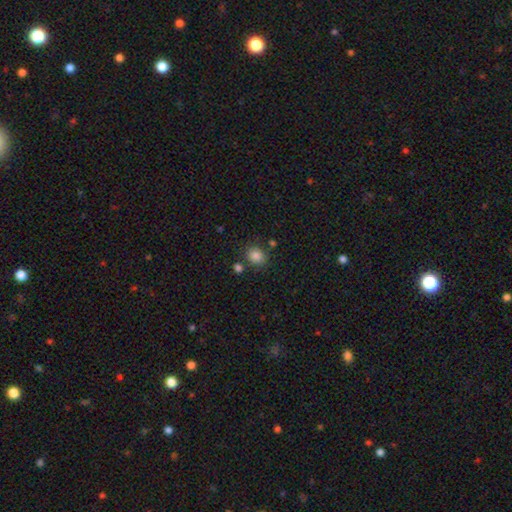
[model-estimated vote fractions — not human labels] Q: Smooth or featured?
A: smooth (85%); runner-up: star or artifact (11%)
Q: How rounded?
A: round (69%); runner-up: in between (30%)
Q: Merging?
A: none (76%); runner-up: minor disturbance (12%)